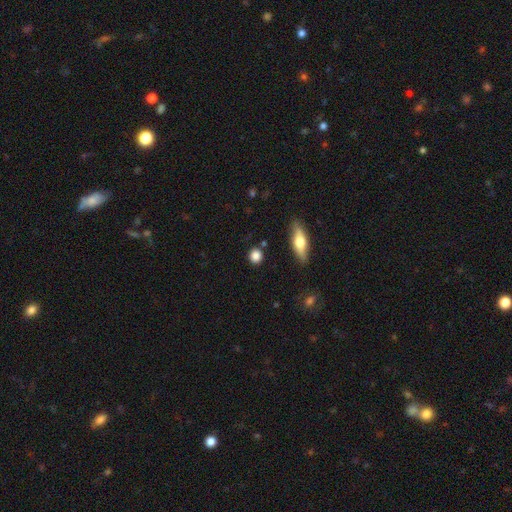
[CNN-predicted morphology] Smooth or featured: smooth — 83% (star or artifact — 9%)
How rounded: round — 82% (in between — 14%)
Merging: none — 86% (minor disturbance — 9%)